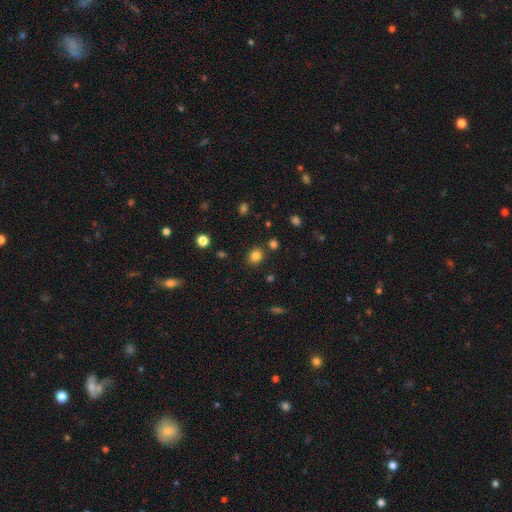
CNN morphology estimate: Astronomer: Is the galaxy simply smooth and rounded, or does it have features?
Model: smooth — 82%.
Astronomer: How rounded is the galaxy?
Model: round — 65%.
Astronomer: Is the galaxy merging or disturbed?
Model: none — 84%.